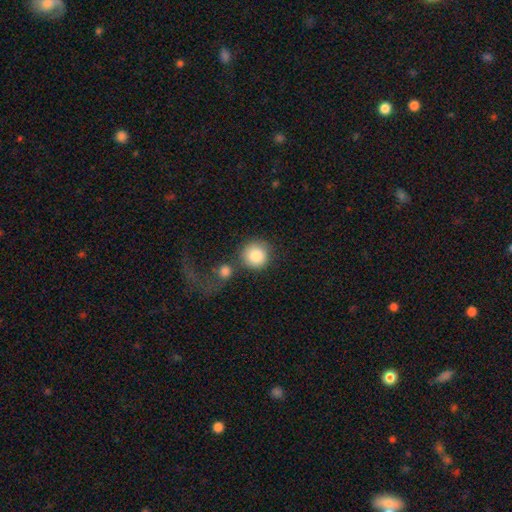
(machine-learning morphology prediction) This appears to be a smooth galaxy with no disk features (86%) that is round (92%). Merging: none (60%).